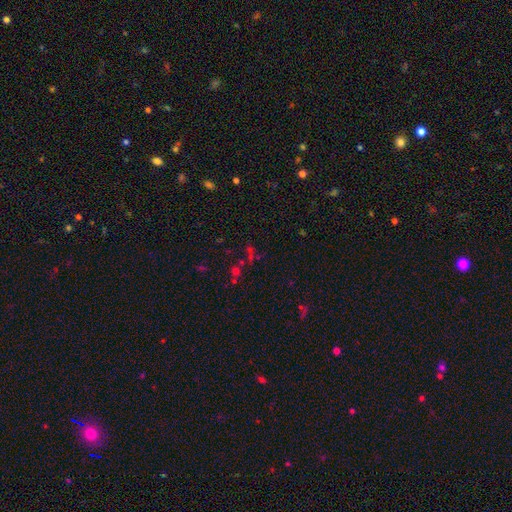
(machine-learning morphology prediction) smooth_or_featured: star or artifact (p=0.59) [alt: smooth p=0.28]